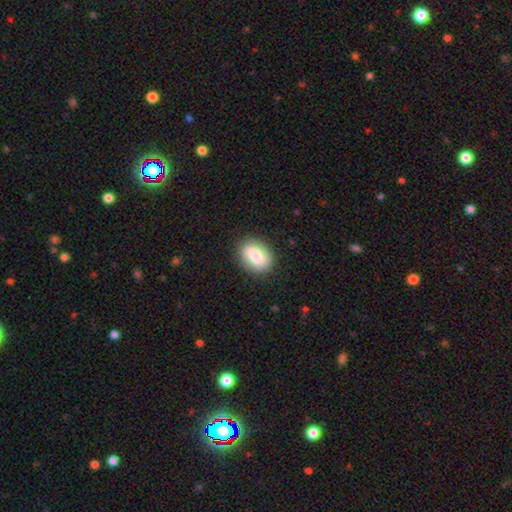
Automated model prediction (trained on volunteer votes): This is likely a smooth galaxy (71%). How rounded: likely in between (75%). Merging: clearly none (84%).